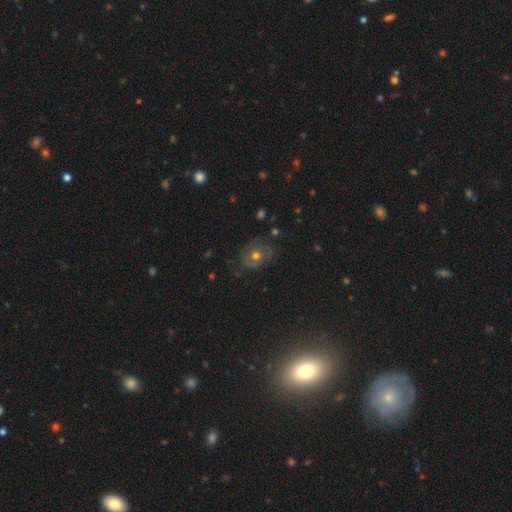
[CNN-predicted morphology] Overall: featured or disk (43%; smooth 37%). Merging: none (72%).